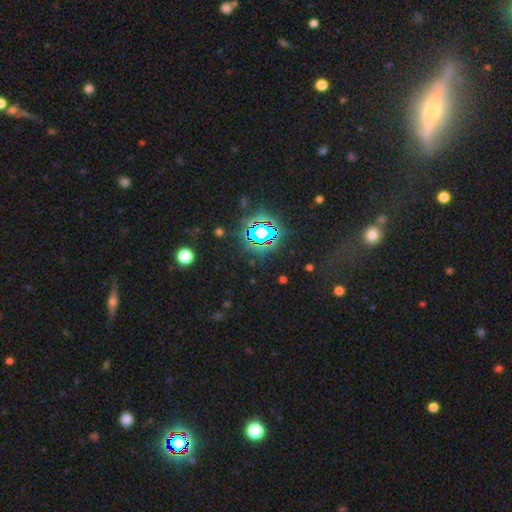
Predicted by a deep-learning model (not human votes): This appears to be a star or artifact, not a galaxy (75%).